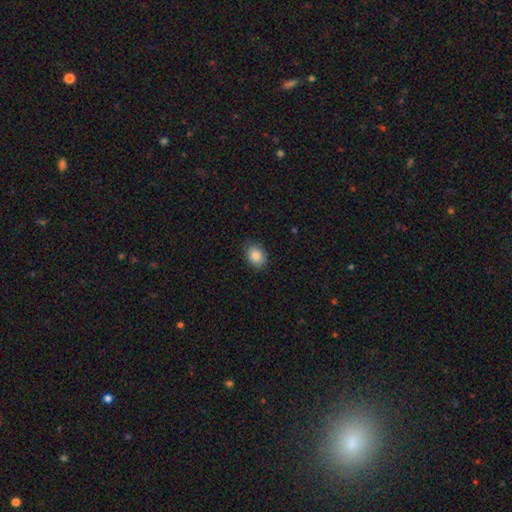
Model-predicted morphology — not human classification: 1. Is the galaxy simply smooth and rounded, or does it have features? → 88% smooth, 7% star or artifact, 5% featured or disk.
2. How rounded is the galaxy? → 78% in between, 20% round, 1% cigar-shaped.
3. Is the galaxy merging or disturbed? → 84% none, 12% minor disturbance, 3% major disturbance, 1% merger.